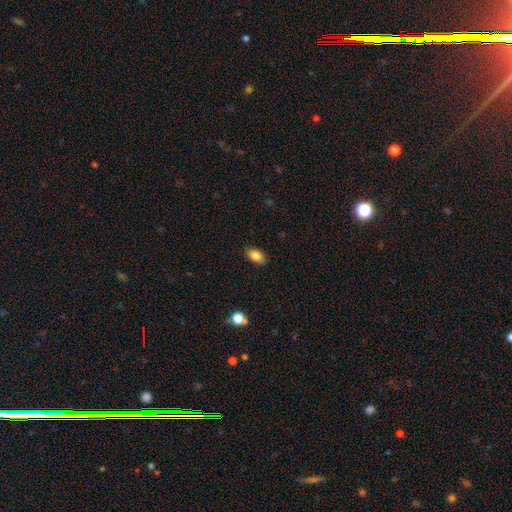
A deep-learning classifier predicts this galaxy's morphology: Overall: smooth (85%). How rounded: in between (90%). Merging: none (87%).